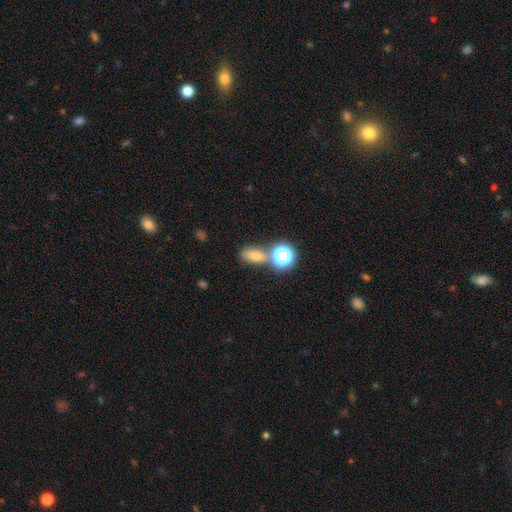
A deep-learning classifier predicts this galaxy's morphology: This appears to be a smooth galaxy with no disk features (64%) that is in between round and cigar-shaped (67%). Merging: none (62%).